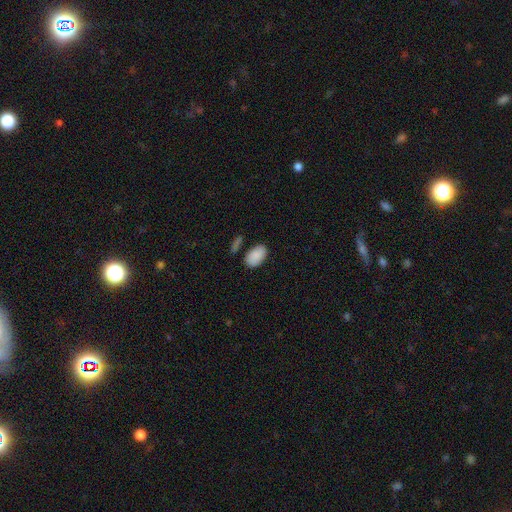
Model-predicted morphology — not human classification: smooth 90%, star or artifact 6%, featured or disk 4%. Down the decision tree: how rounded — in between (94%); merging — none (77%).